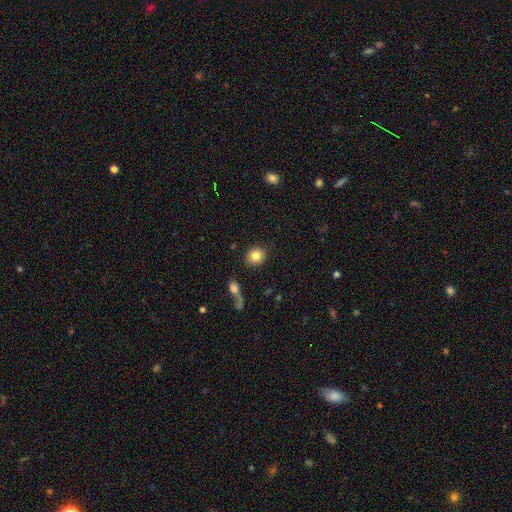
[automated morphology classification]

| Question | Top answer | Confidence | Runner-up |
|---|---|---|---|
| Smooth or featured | smooth | 83% | star or artifact (9%) |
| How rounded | round | 72% | in between (27%) |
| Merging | none | 87% | minor disturbance (7%) |